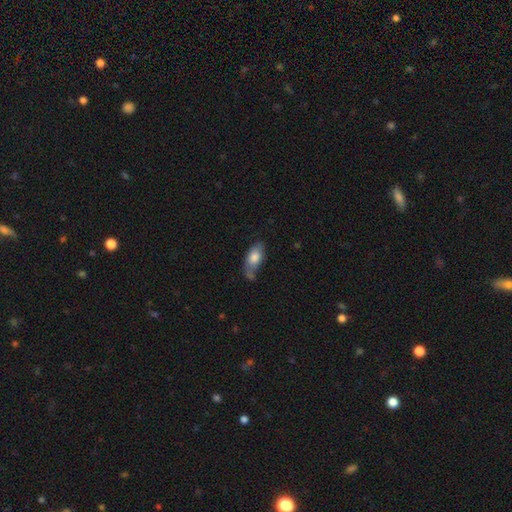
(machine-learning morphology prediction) smooth_or_featured: smooth (p=0.74) [alt: featured or disk p=0.19]
how_rounded: in between (p=0.87) [alt: cigar-shaped p=0.09]
merging: none (p=0.47) [alt: minor disturbance p=0.31]